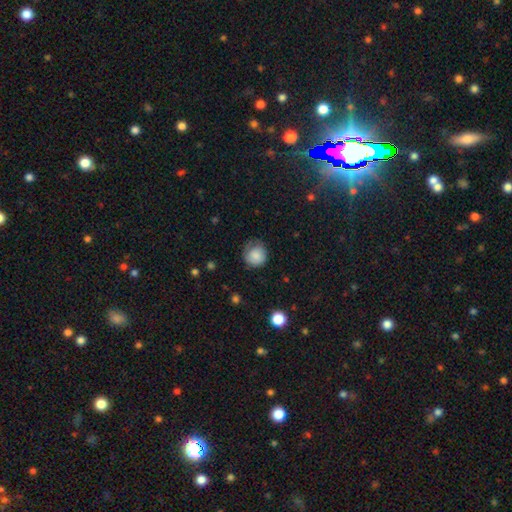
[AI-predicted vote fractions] smooth-or-featured: smooth: 79% | featured or disk: 13% | star or artifact: 8%
  how-rounded: round: 86% | in between: 13% | cigar-shaped: 1%
  merging: none: 54% | minor disturbance: 31% | major disturbance: 14% | merger: 1%